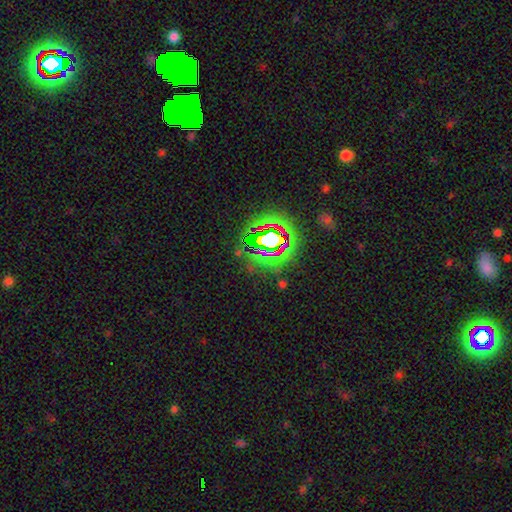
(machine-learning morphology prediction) smooth_or_featured: star or artifact (p=0.66) [alt: featured or disk p=0.20]